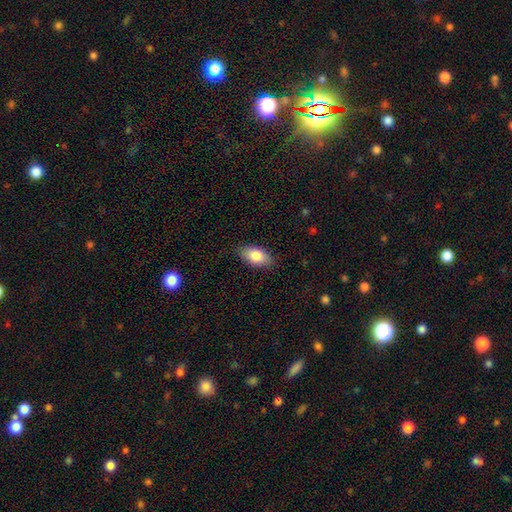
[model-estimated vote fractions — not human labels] smooth 86%, featured or disk 8%, star or artifact 7%. Down the decision tree: how rounded — in between (92%); merging — none (84%).